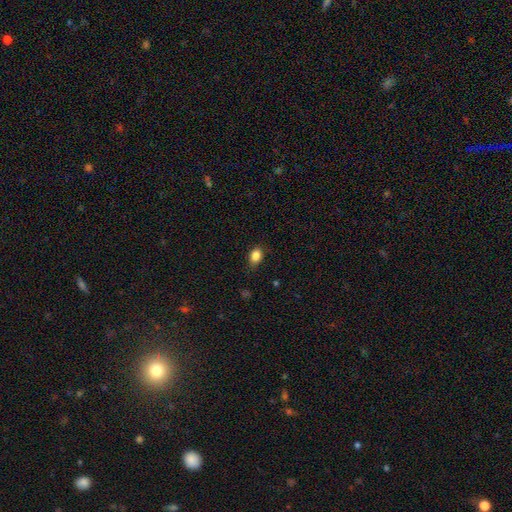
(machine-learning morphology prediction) Smooth or featured?
  - smooth: 85% *
  - star or artifact: 10%
  - featured or disk: 5%
How rounded?
  - in between: 69% *
  - round: 29%
  - cigar-shaped: 2%
Merging?
  - none: 77% *
  - minor disturbance: 19%
  - major disturbance: 3%
  - merger: 1%